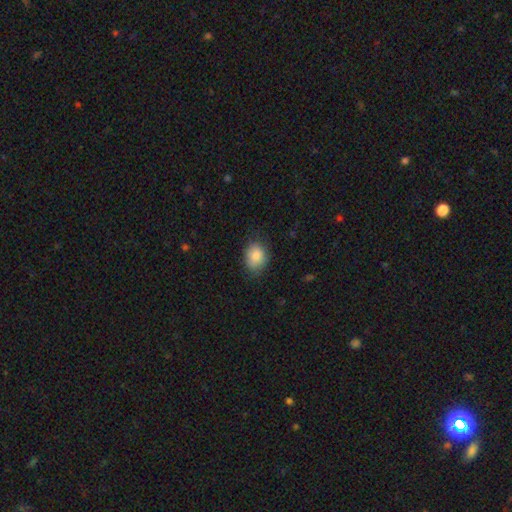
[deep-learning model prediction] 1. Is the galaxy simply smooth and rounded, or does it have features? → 85% smooth, 7% featured or disk, 7% star or artifact.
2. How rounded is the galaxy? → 60% in between, 39% round, 1% cigar-shaped.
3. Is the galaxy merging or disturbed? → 74% none, 21% minor disturbance, 5% major disturbance, 1% merger.